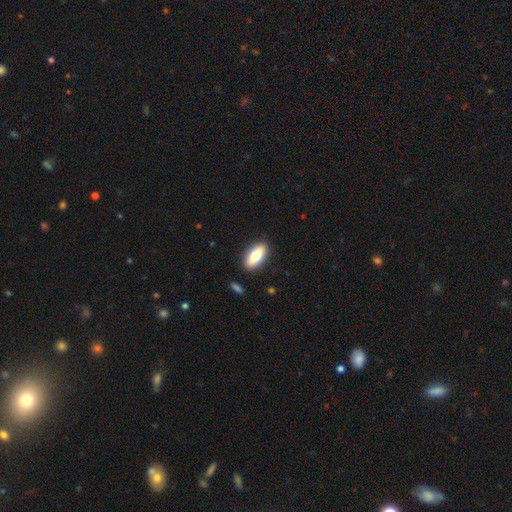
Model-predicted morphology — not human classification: smooth_or_featured: smooth (p=0.73) [alt: featured or disk p=0.21]
how_rounded: in between (p=0.84) [alt: cigar-shaped p=0.14]
merging: none (p=0.88) [alt: minor disturbance p=0.08]